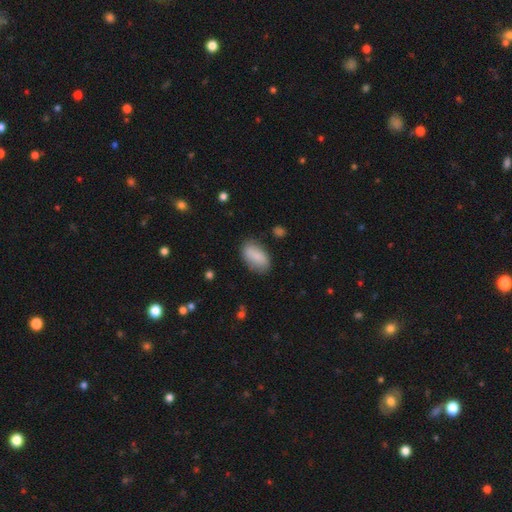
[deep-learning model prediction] This is clearly a smooth galaxy (84%). How rounded: clearly in between (92%). Merging: likely none (77%).